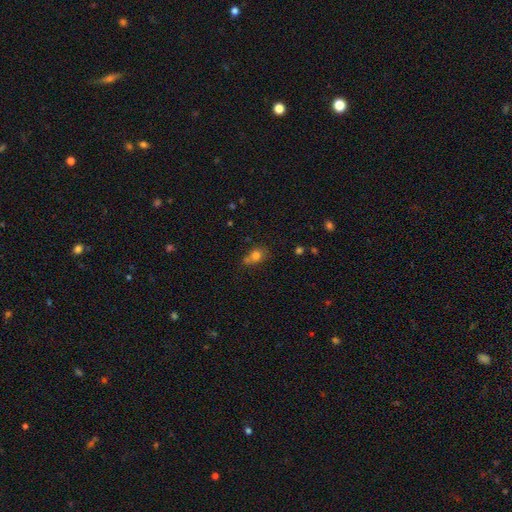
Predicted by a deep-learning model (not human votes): The model was most divided on "how rounded": round: 52%, in between: 46%, cigar-shaped: 2%. Remaining: smooth or featured — smooth (77%); merging — none (45%).